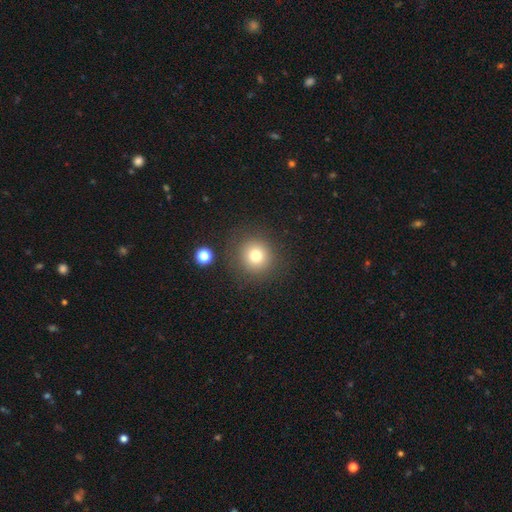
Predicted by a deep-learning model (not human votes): Morphology: type=smooth (77%); roundness=round (92%); merging=none (84%).